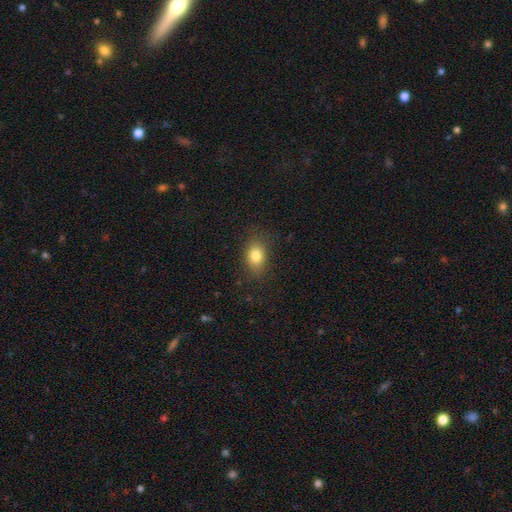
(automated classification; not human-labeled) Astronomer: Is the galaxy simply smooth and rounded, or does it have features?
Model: smooth — 81%.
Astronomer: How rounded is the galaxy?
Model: in between — 74%.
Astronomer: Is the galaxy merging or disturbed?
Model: none — 82%.